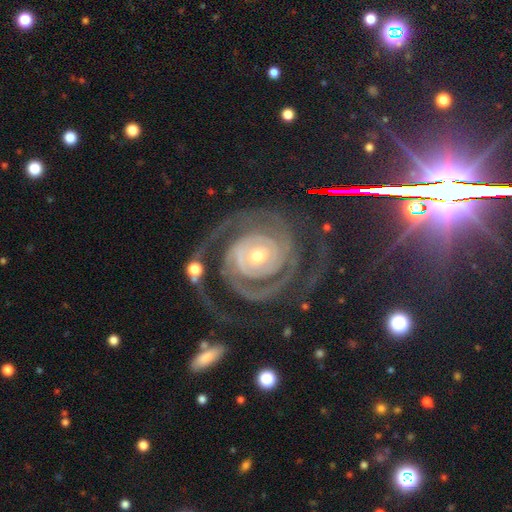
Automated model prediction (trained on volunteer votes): smooth-or-featured: featured or disk: 91% | star or artifact: 5% | smooth: 4%
  disk-edge-on: no: 97% | yes: 3%
    bar: no: 69% | weak: 19% | strong: 12%
    has-spiral-arms: yes: 97% | no: 3%
      spiral-winding: tight: 74% | medium: 20% | loose: 6%
      spiral-arm-count: 2: 67% | 3: 9% | can't tell: 9% | 1: 6% | 4: 5% | more than 4: 4%
    bulge-size: small: 51% | moderate: 43% | large: 4% | dominant: 1% | none: 1%
  merging: none: 66% | major disturbance: 17% | minor disturbance: 14% | merger: 3%